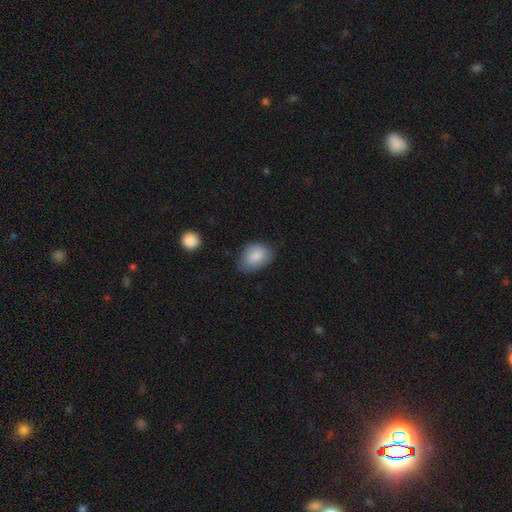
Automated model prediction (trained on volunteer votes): Morphology: type=smooth (86%); roundness=in between (82%); merging=none (67%).